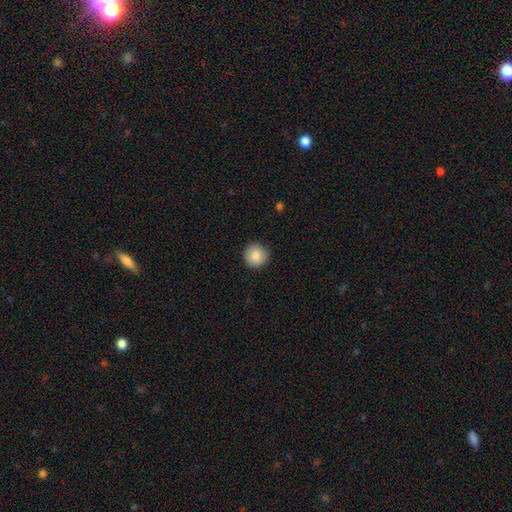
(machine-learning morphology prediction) smooth-or-featured: smooth: 84% | star or artifact: 8% | featured or disk: 8%
  how-rounded: round: 95% | in between: 4% | cigar-shaped: 1%
  merging: none: 92% | minor disturbance: 6% | major disturbance: 2% | merger: 1%